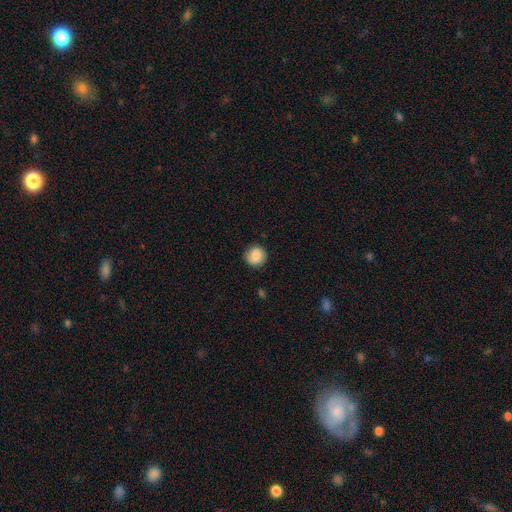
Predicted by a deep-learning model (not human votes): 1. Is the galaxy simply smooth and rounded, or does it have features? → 86% smooth, 8% star or artifact, 6% featured or disk.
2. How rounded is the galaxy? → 93% round, 6% in between, 1% cigar-shaped.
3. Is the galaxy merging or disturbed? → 89% none, 8% minor disturbance, 2% major disturbance, 1% merger.